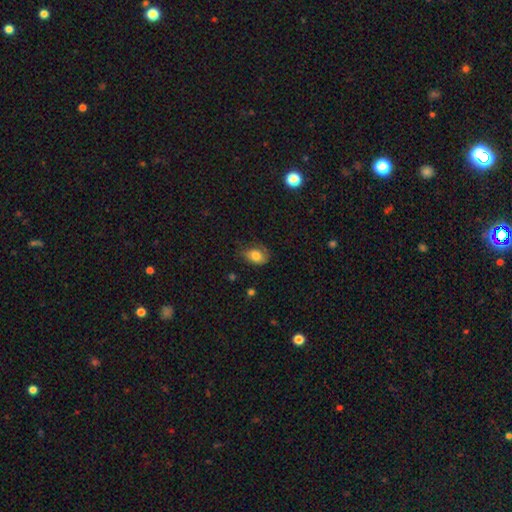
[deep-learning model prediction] A smooth galaxy with no disk features (73%) that is in between round and cigar-shaped (75%). Merging: none (52%).